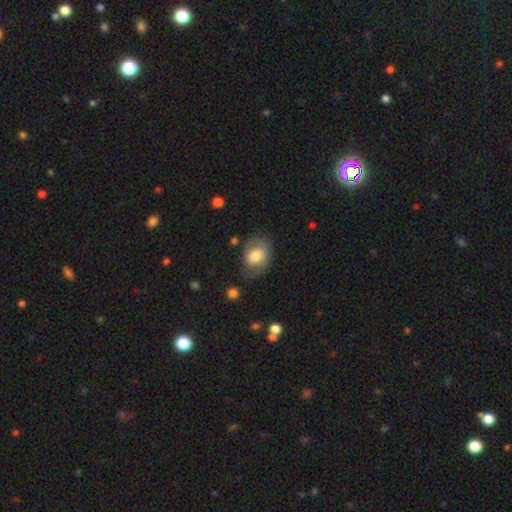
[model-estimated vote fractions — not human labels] Smooth or featured? smooth (62%)
How rounded? in between (71%)
Merging? none (62%)